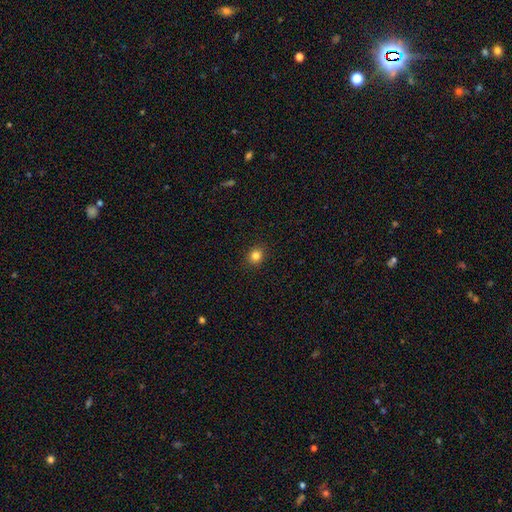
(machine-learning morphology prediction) Overall: smooth (82%). How rounded: round (82%). Merging: none (91%).